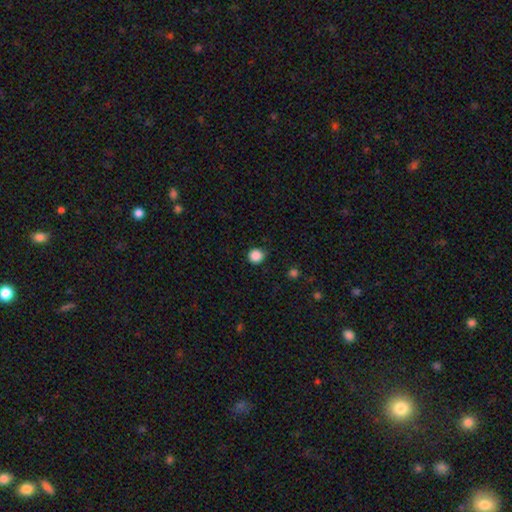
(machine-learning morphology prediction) The model was most divided on "merging": none: 87%, minor disturbance: 10%, major disturbance: 2%, merger: 1%. More confident: how rounded — round (93%); smooth or featured — smooth (87%).